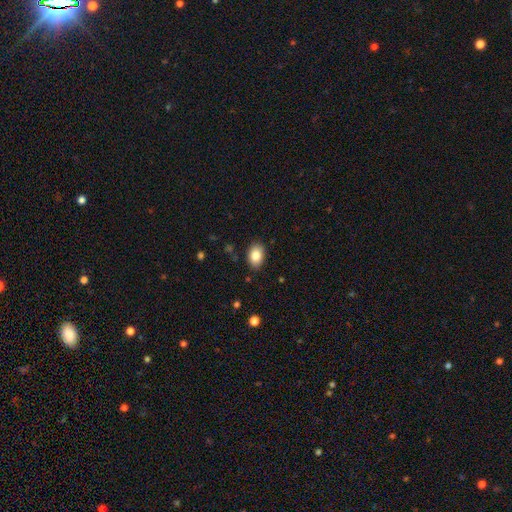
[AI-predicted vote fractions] smooth 85%, star or artifact 8%, featured or disk 7%. Down the decision tree: how rounded — in between (83%); merging — none (87%).